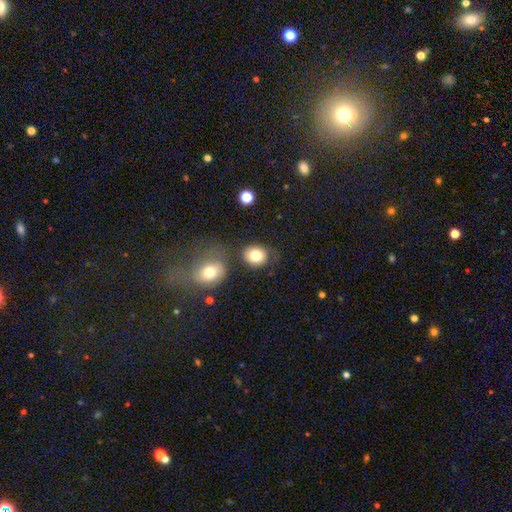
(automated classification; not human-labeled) Smooth or featured?
  - smooth: 81% *
  - featured or disk: 9%
  - star or artifact: 9%
How rounded?
  - round: 63% *
  - in between: 37%
  - cigar-shaped: 1%
Merging?
  - none: 71% *
  - minor disturbance: 14%
  - merger: 9%
  - major disturbance: 5%